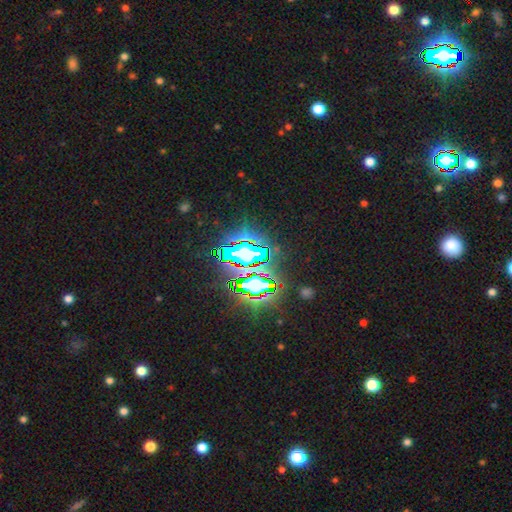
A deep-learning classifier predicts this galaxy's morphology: Smooth or featured: star or artifact — 80% (smooth — 10%)